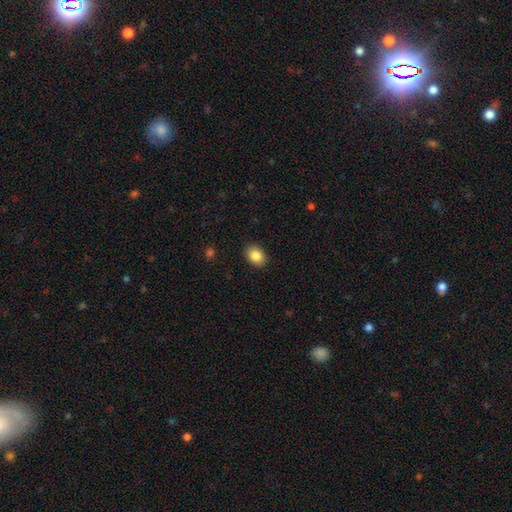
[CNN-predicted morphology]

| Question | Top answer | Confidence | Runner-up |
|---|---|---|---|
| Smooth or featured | smooth | 87% | star or artifact (8%) |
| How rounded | in between | 70% | round (29%) |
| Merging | none | 90% | minor disturbance (7%) |